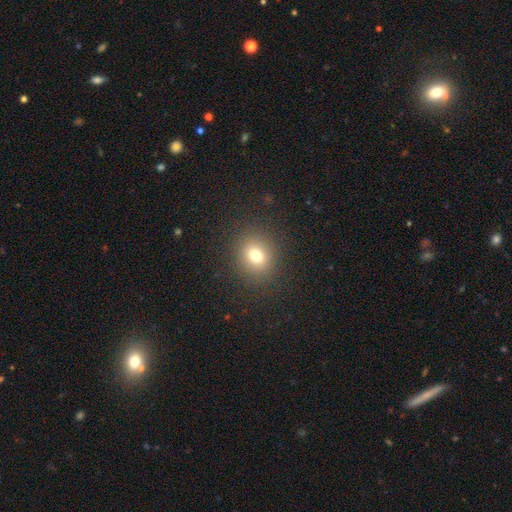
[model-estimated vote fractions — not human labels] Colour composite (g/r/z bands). It shows a smooth galaxy with no disk features (75%) that is round (68%). Merging: none (88%).